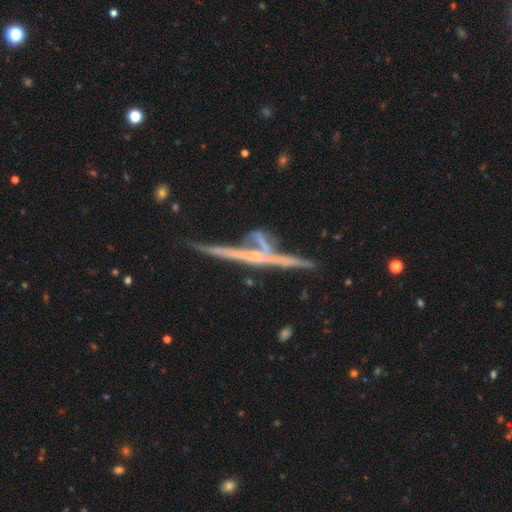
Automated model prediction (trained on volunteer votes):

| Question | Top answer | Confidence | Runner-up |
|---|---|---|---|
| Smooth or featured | featured or disk | 75% | smooth (15%) |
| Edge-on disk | yes | 93% | no (7%) |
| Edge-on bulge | none | 57% | rounded (34%) |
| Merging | none | 53% | merger (28%) |